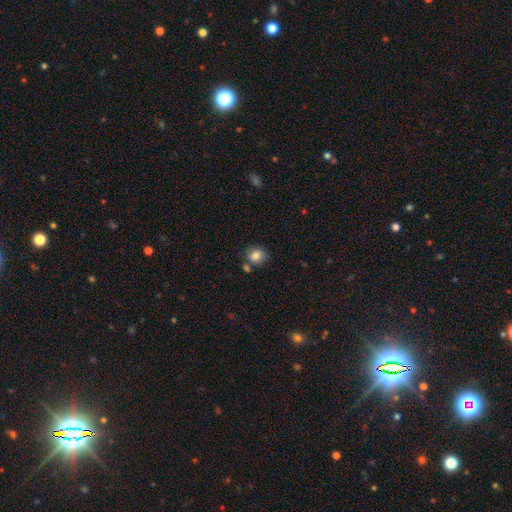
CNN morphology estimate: Smooth or featured? Predicted: smooth (p=0.83). How rounded? Predicted: round (p=0.71). Merging? Predicted: none (p=0.70).